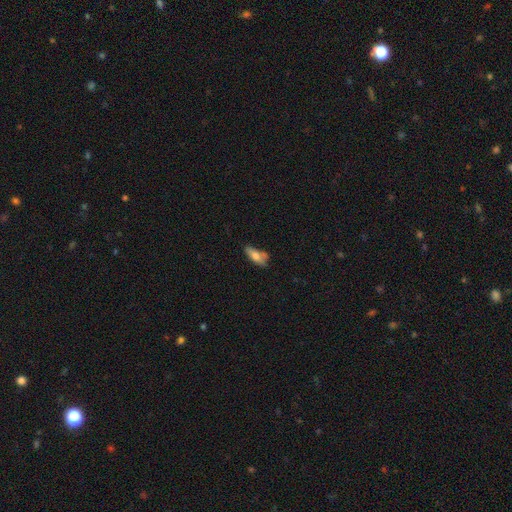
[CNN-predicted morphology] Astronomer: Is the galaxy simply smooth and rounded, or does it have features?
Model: smooth — 70%.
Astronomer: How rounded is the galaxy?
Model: in between — 73%.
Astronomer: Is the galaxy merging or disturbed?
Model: none — 49% (runner-up: minor disturbance, 29%).